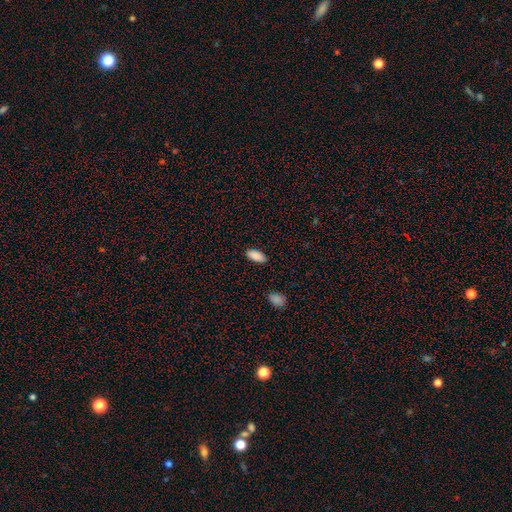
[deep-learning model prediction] Overall: smooth (89%). How rounded: in between (90%). Merging: none (88%).